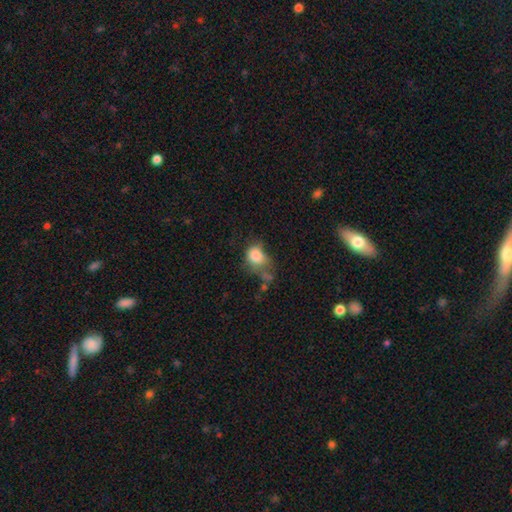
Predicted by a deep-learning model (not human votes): This is likely a smooth galaxy (76%). How rounded: possibly in between (57%). Merging: marginally major disturbance (31%).